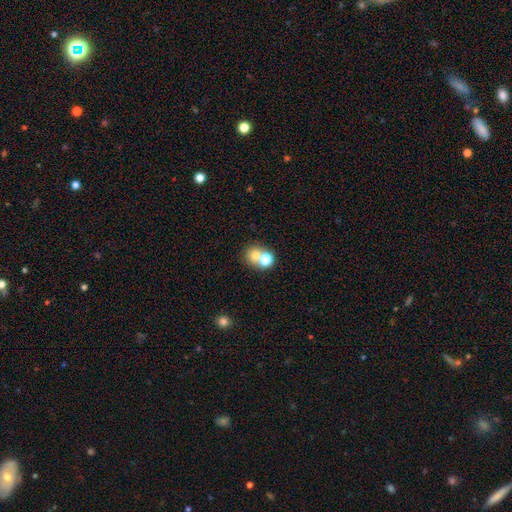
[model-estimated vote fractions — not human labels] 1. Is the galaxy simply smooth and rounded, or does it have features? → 70% smooth, 15% star or artifact, 15% featured or disk.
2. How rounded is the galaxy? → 77% round, 22% in between, 1% cigar-shaped.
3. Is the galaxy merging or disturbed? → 47% merger, 44% none, 6% minor disturbance, 3% major disturbance.